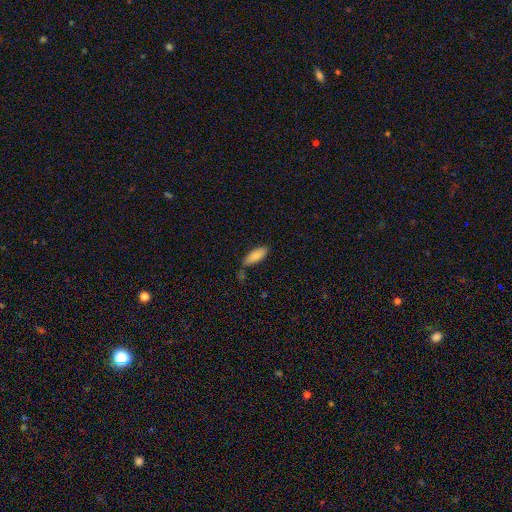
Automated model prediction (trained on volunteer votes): A smooth galaxy with no disk features (79%) that is in between round and cigar-shaped (70%).

Vote fractions:
- Smooth or featured? smooth: 79% / featured or disk: 14% / star or artifact: 7%
- How rounded? in between: 70% / cigar-shaped: 28% / round: 2%
- Merging? none: 67% / minor disturbance: 20% / merger: 9% / major disturbance: 4%